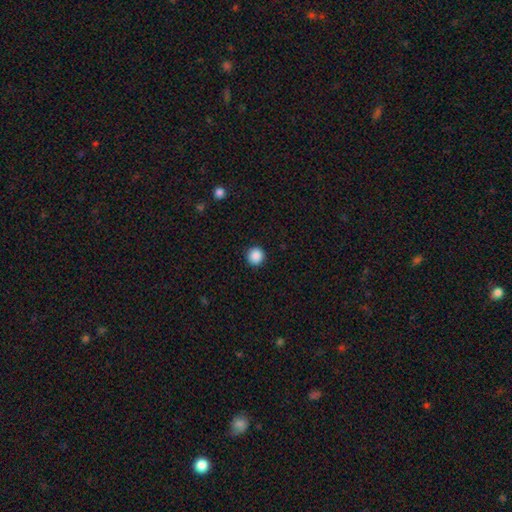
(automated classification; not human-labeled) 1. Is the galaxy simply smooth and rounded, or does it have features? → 88% smooth, 9% star or artifact, 2% featured or disk.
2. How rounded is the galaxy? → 95% round, 4% in between, 1% cigar-shaped.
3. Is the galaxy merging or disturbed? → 93% none, 4% minor disturbance, 2% major disturbance, 1% merger.